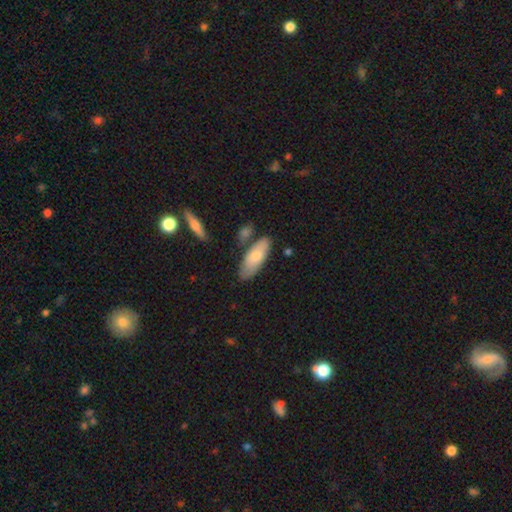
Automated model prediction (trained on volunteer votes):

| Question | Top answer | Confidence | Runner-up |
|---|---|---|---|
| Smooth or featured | smooth | 70% | featured or disk (24%) |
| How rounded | in between | 72% | cigar-shaped (26%) |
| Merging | none | 72% | minor disturbance (16%) |